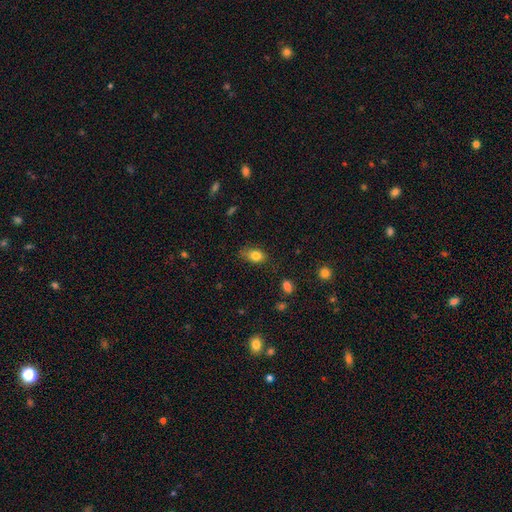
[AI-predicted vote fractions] The model was most divided on "merging": none: 66%, minor disturbance: 26%, major disturbance: 6%, merger: 2%. More confident: smooth or featured — smooth (81%); how rounded — in between (79%).